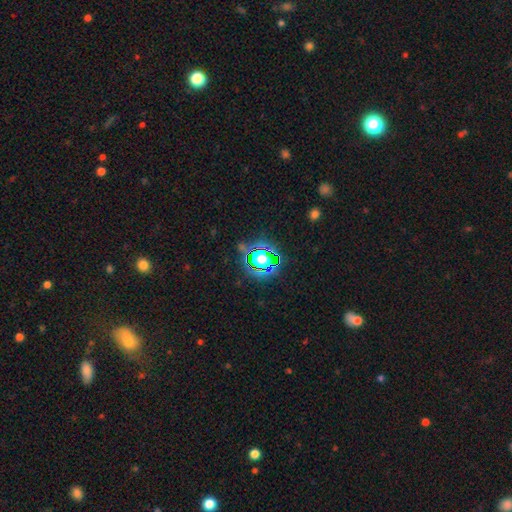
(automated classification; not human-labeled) Smooth or featured? Predicted: star or artifact (p=0.73).